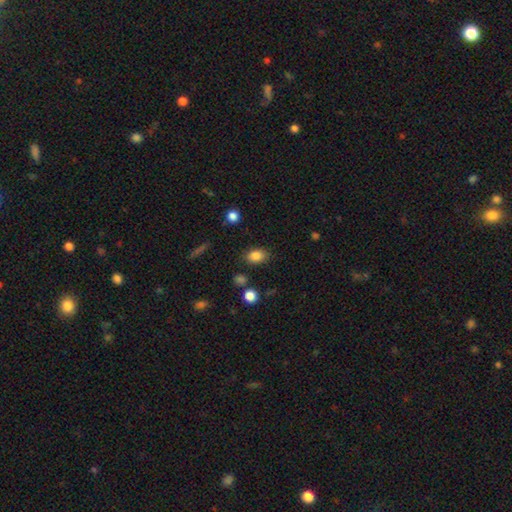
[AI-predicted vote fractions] smooth-or-featured: smooth: 85% | star or artifact: 10% | featured or disk: 6%
  how-rounded: in between: 79% | round: 20% | cigar-shaped: 2%
  merging: none: 81% | minor disturbance: 12% | major disturbance: 3% | merger: 3%